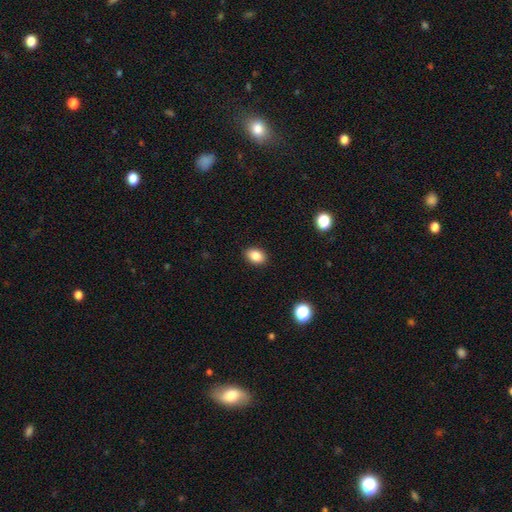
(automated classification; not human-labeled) smooth 86%, star or artifact 9%, featured or disk 5%. Down the decision tree: how rounded — in between (79%); merging — none (90%).